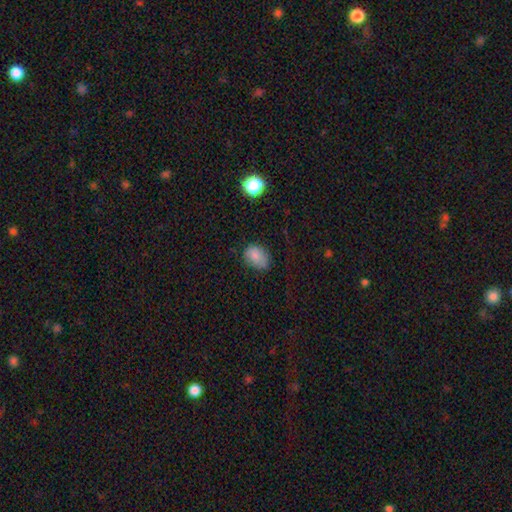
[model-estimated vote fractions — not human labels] This appears to be a smooth galaxy with no disk features (82%) that is in between round and cigar-shaped (73%). Merging: none (63%).